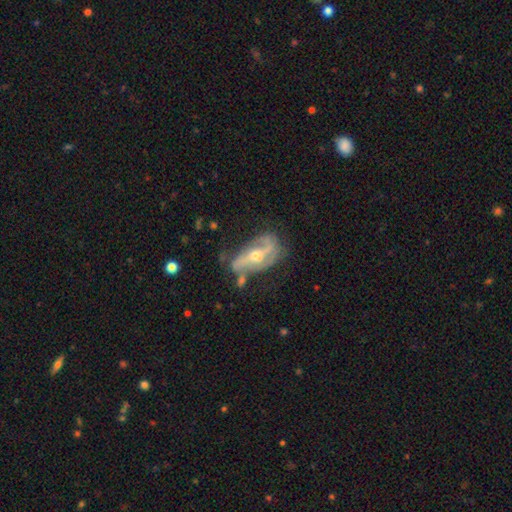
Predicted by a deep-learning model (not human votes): Q: Smooth or featured?
A: featured or disk (81%); runner-up: smooth (13%)
Q: Edge-on disk?
A: no (90%); runner-up: yes (10%)
Q: Bar?
A: strong (38%); runner-up: weak (32%)
Q: Spiral arms?
A: yes (82%); runner-up: no (18%)
Q: Spiral winding?
A: loose (41%); runner-up: medium (37%)
Q: Spiral arm count?
A: 2 (72%); runner-up: can't tell (15%)
Q: Bulge size?
A: moderate (63%); runner-up: small (32%)
Q: Merging?
A: none (46%); runner-up: minor disturbance (27%)